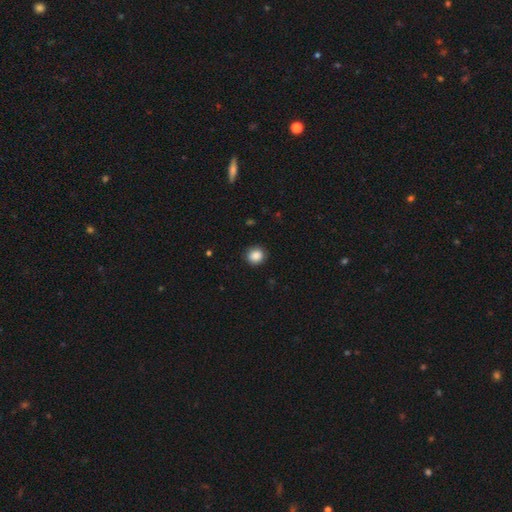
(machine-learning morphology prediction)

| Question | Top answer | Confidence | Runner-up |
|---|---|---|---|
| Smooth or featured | smooth | 88% | star or artifact (9%) |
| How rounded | round | 85% | in between (14%) |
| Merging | none | 88% | minor disturbance (8%) |